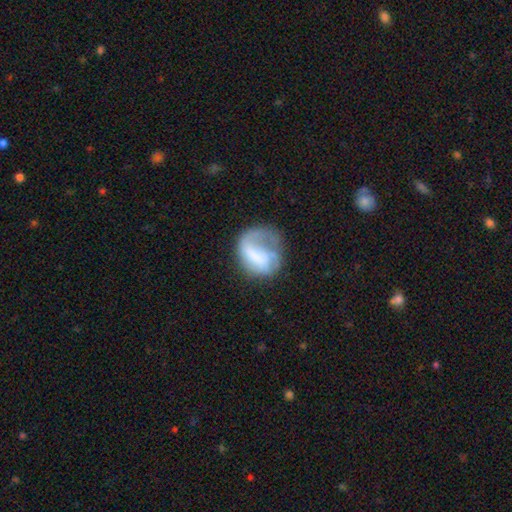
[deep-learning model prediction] This appears to be a smooth galaxy with no disk features (47%). Merging: major disturbance (37%).